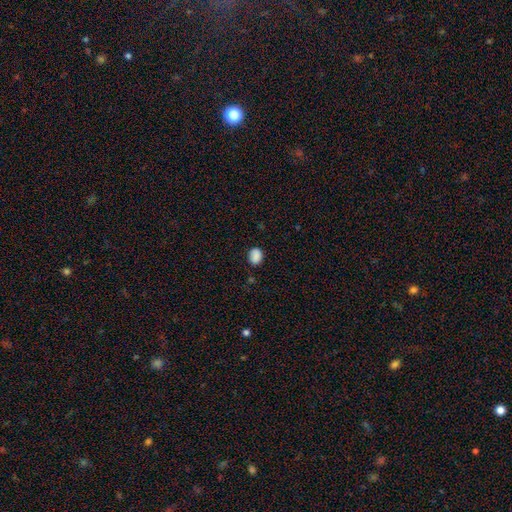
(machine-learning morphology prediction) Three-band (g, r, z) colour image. It shows a smooth galaxy with no disk features (86%) that is in between round and cigar-shaped (55%). Merging: none (79%).